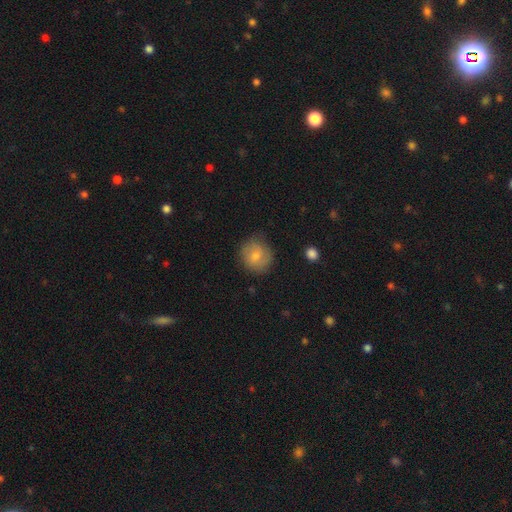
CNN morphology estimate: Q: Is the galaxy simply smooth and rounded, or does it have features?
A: smooth — 69%.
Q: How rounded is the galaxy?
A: round — 86%.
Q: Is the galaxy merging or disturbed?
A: none — 75%.